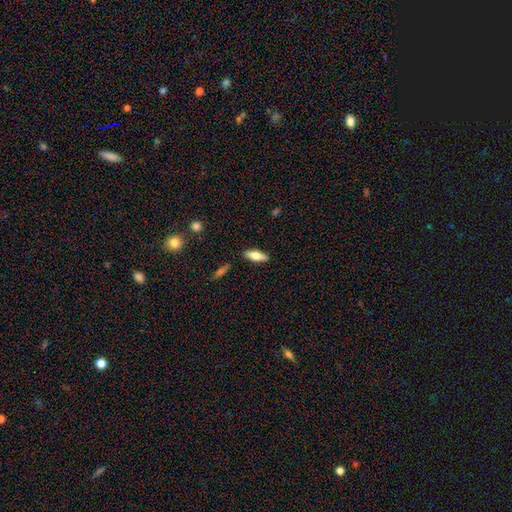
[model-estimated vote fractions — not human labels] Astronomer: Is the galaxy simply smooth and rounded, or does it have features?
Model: smooth — 65%.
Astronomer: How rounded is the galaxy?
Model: in between — 61% (runner-up: cigar-shaped, 37%).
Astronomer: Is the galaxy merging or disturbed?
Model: none — 87%.